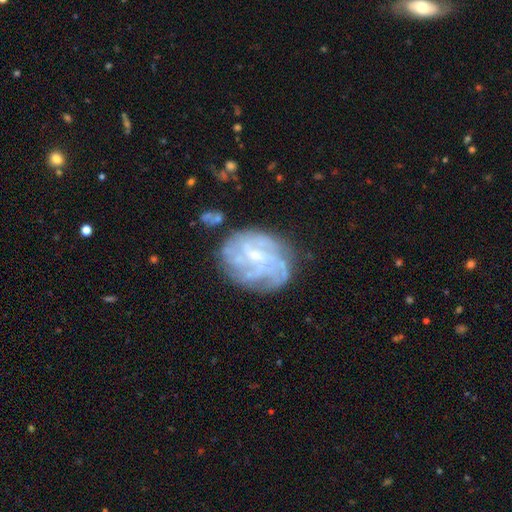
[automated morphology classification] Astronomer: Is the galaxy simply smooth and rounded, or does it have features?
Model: featured or disk — 76%.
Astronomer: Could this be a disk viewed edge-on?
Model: no — 98%.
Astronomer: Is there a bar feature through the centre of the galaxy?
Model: weak — 48% (runner-up: no, 42%).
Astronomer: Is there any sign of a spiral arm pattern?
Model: yes — 85%.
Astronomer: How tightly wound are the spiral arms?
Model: tight — 49% (runner-up: medium, 34%).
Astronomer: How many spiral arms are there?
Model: can't tell — 38% (runner-up: 4, 25%).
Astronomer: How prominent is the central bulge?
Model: small — 55%.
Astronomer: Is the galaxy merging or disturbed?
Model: none — 68%.